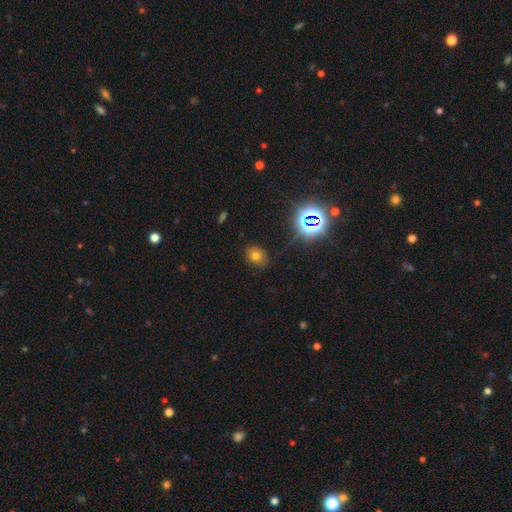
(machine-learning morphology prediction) type=smooth (66%); roundness=round (51%); merging=none (84%).